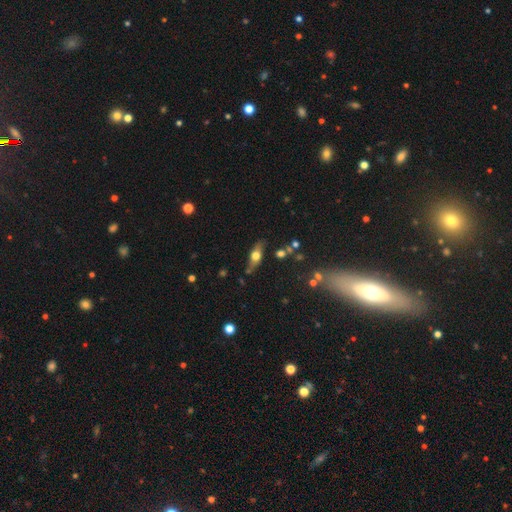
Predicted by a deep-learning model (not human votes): This appears to be a featured or disk galaxy (48%). Merging: none (77%).